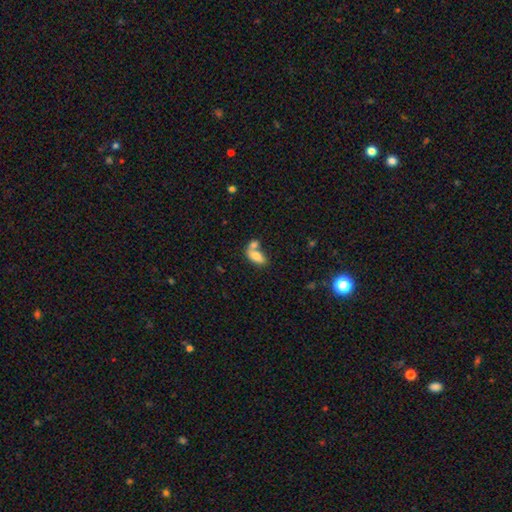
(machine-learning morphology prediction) This appears to be a smooth galaxy with no disk features (78%) that is in between round and cigar-shaped (89%). Merging: merger (56%).